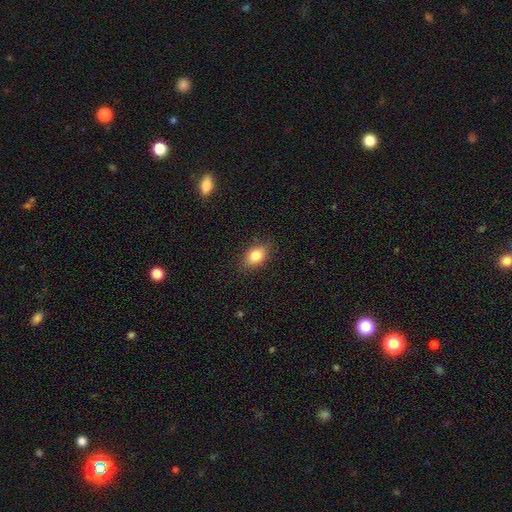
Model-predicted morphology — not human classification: Smooth or featured? Predicted: smooth (p=0.83). How rounded? Predicted: in between (p=0.78). Merging? Predicted: none (p=0.83).